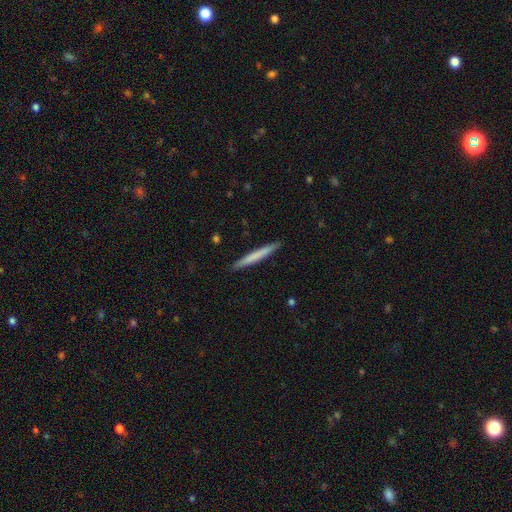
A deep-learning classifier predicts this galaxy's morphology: Q: Smooth or featured?
A: smooth (67%); runner-up: featured or disk (28%)
Q: How rounded?
A: cigar-shaped (97%); runner-up: in between (2%)
Q: Merging?
A: none (92%); runner-up: minor disturbance (6%)